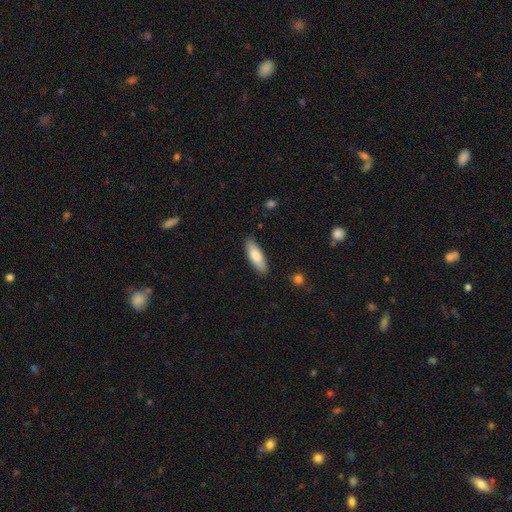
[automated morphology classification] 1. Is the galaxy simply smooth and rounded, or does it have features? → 78% smooth, 16% featured or disk, 6% star or artifact.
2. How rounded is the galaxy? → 55% in between, 44% cigar-shaped, 2% round.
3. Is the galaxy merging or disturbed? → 87% none, 10% minor disturbance, 2% major disturbance, 1% merger.